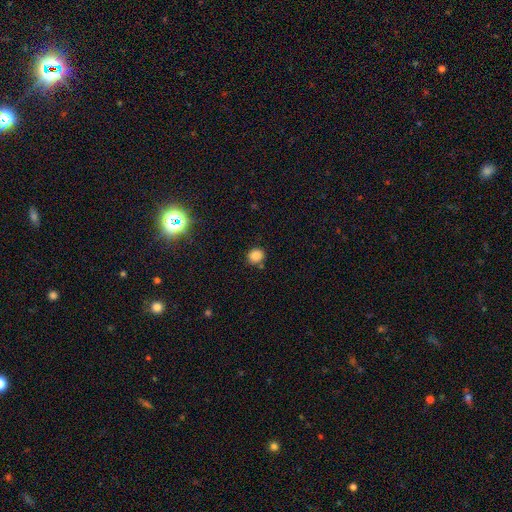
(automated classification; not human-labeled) smooth_or_featured: smooth (p=0.84) [alt: star or artifact p=0.12]
how_rounded: round (p=0.79) [alt: in between p=0.20]
merging: none (p=0.81) [alt: minor disturbance p=0.11]